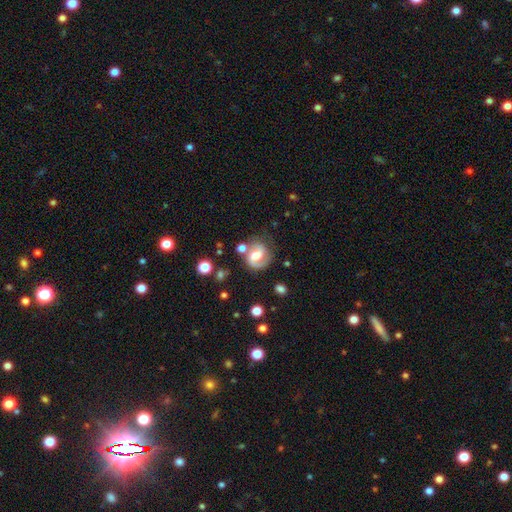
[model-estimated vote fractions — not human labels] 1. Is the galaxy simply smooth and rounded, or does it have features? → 73% featured or disk, 20% smooth, 7% star or artifact.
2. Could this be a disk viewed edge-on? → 98% no, 2% yes.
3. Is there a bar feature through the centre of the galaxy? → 47% weak, 34% no, 19% strong.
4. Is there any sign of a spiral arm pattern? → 92% yes, 8% no.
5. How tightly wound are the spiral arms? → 48% medium, 28% tight, 24% loose.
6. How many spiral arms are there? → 71% 2, 20% 1, 6% can't tell, 1% 3, 1% 4, 1% more than 4.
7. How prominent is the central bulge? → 58% moderate, 22% small, 13% large, 4% none, 2% dominant.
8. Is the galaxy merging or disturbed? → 62% none, 20% minor disturbance, 11% major disturbance, 8% merger.